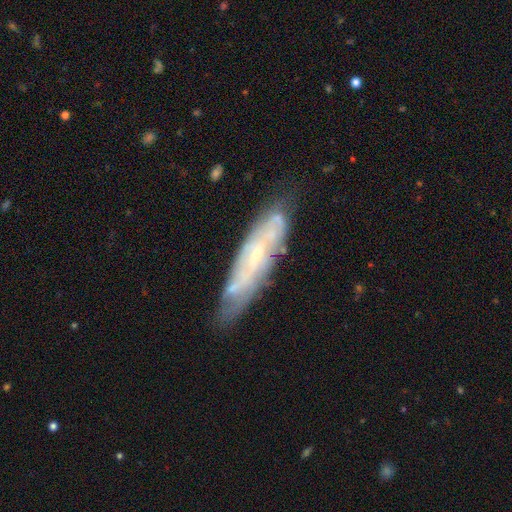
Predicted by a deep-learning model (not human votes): This is likely a featured or disk galaxy (70%). It is likely not viewed edge-on (64%). Merging: likely none (72%).